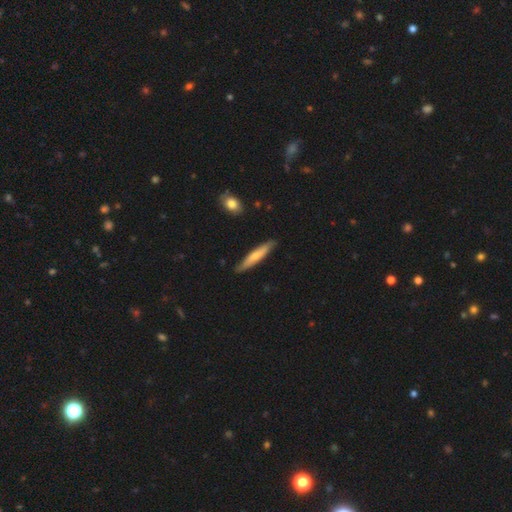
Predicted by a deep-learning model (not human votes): This is likely a smooth galaxy (64%). How rounded: clearly cigar-shaped (90%). Merging: clearly none (85%).